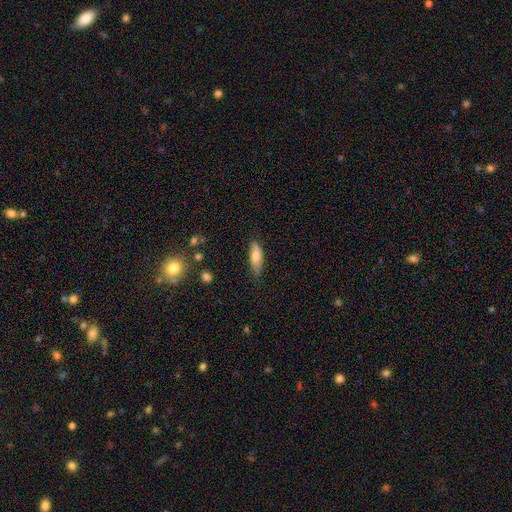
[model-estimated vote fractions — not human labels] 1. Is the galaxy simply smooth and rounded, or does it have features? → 71% smooth, 22% featured or disk, 7% star or artifact.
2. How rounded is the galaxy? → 54% in between, 44% cigar-shaped, 2% round.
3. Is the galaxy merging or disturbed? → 73% none, 21% minor disturbance, 4% major disturbance, 2% merger.